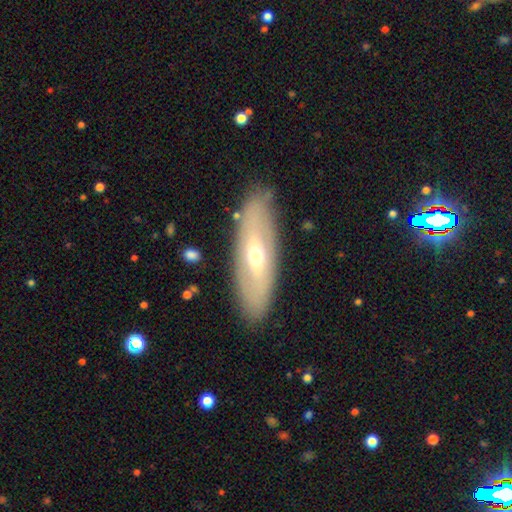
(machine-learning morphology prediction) Smooth or featured?
  - featured or disk: 54% *
  - smooth: 40%
  - star or artifact: 6%
Edge-on disk?
  - no: 69% *
  - yes: 31%
Merging?
  - none: 83% *
  - minor disturbance: 12%
  - major disturbance: 4%
  - merger: 1%